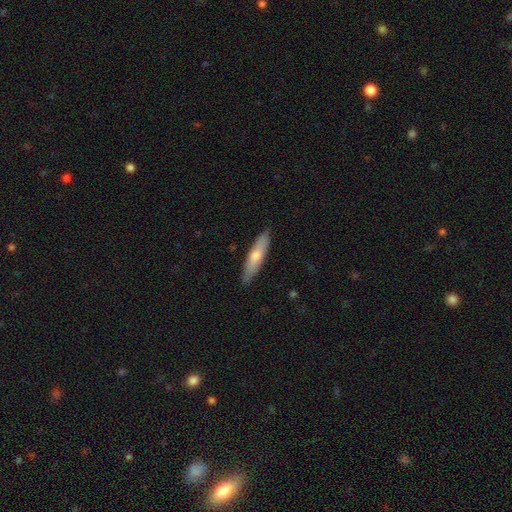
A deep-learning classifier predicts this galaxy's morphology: Overall: smooth (55%; featured or disk 39%). How rounded: cigar-shaped (81%). Merging: none (89%).